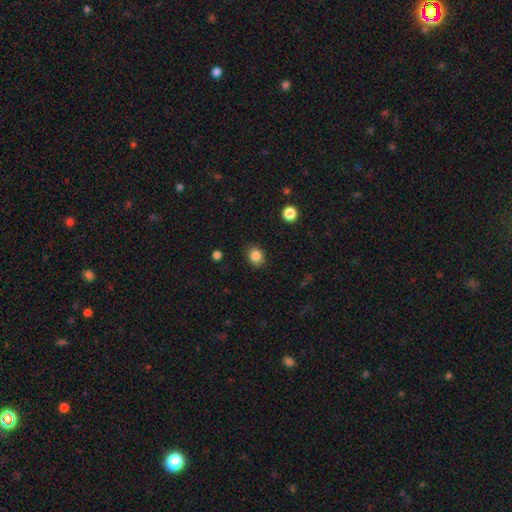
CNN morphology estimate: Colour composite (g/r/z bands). It shows a smooth galaxy with no disk features (85%) that is round (61%). Merging: none (86%).